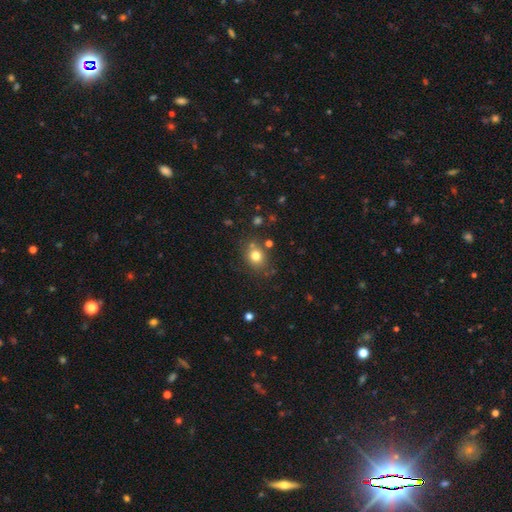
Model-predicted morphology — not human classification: Smooth or featured: smooth — 77% (star or artifact — 13%)
How rounded: round — 69% (in between — 30%)
Merging: none — 75% (minor disturbance — 12%)